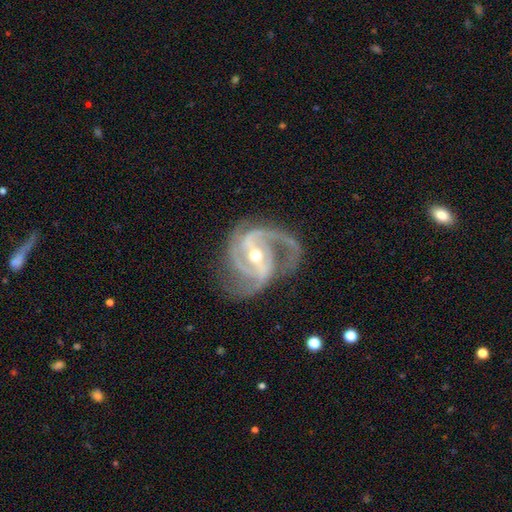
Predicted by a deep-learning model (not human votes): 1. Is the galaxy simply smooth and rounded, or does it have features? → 93% featured or disk, 4% star or artifact, 3% smooth.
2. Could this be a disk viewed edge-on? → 98% no, 2% yes.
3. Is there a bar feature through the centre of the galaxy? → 49% strong, 37% weak, 14% no.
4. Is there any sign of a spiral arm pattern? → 98% yes, 2% no.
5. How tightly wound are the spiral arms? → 58% medium, 26% tight, 16% loose.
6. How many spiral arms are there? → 44% 2, 37% 3, 6% can't tell, 5% 4, 4% 1, 4% more than 4.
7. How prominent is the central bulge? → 53% moderate, 44% small, 2% large, 1% none, 1% dominant.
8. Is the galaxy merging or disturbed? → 66% none, 18% minor disturbance, 14% major disturbance, 2% merger.